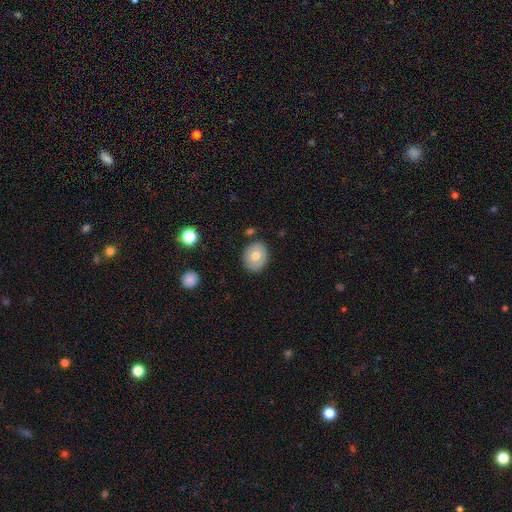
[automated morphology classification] A smooth galaxy with no disk features (69%) that is round (53%).

Vote fractions:
- Smooth or featured? smooth: 69% / featured or disk: 23% / star or artifact: 8%
- How rounded? round: 53% / in between: 46% / cigar-shaped: 1%
- Merging? none: 84% / minor disturbance: 11% / merger: 3% / major disturbance: 3%